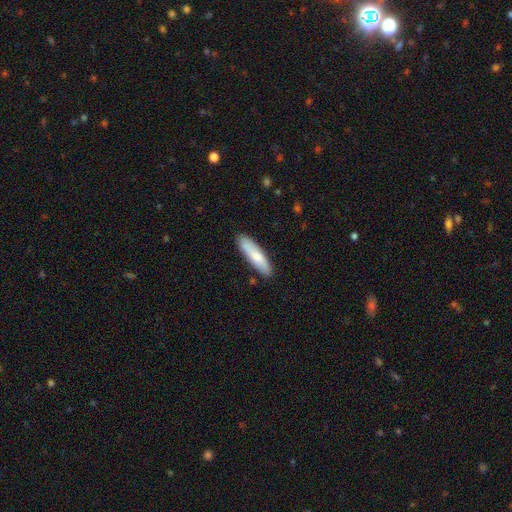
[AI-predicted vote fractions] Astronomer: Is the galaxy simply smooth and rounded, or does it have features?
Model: smooth — 77%.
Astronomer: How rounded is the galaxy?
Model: cigar-shaped — 72%.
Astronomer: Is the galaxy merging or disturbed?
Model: none — 87%.